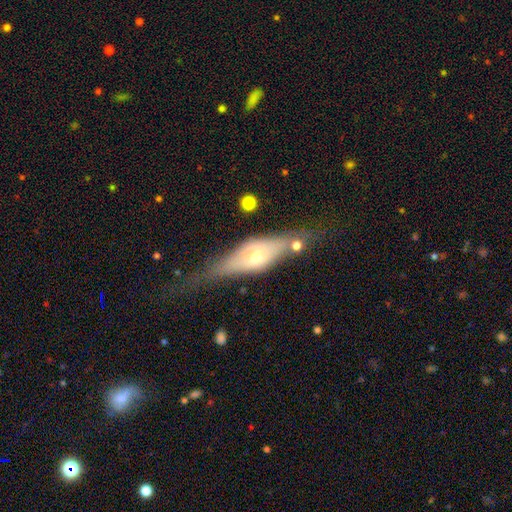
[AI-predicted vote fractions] This appears to be a featured or disk galaxy (59%) viewed edge-on (79%). Merging: none (57%).